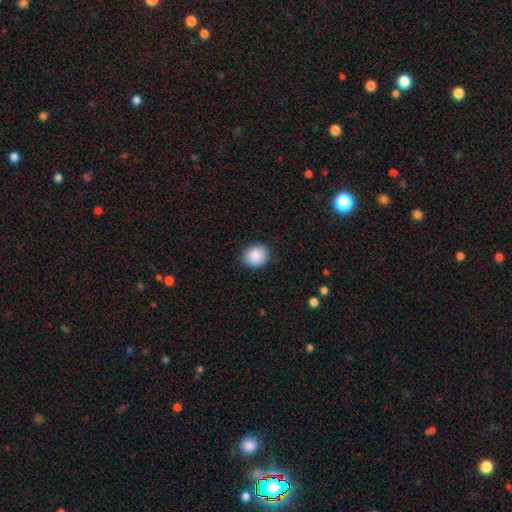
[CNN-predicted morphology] Q: Smooth or featured?
A: smooth (88%); runner-up: star or artifact (8%)
Q: How rounded?
A: round (64%); runner-up: in between (35%)
Q: Merging?
A: none (87%); runner-up: minor disturbance (10%)